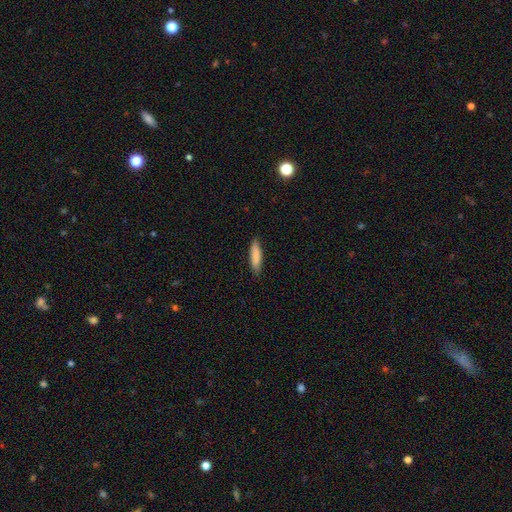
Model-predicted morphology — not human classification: Smooth or featured?
  - smooth: 85% *
  - featured or disk: 9%
  - star or artifact: 6%
How rounded?
  - cigar-shaped: 73% *
  - in between: 26%
  - round: 1%
Merging?
  - none: 86% *
  - minor disturbance: 11%
  - major disturbance: 2%
  - merger: 1%